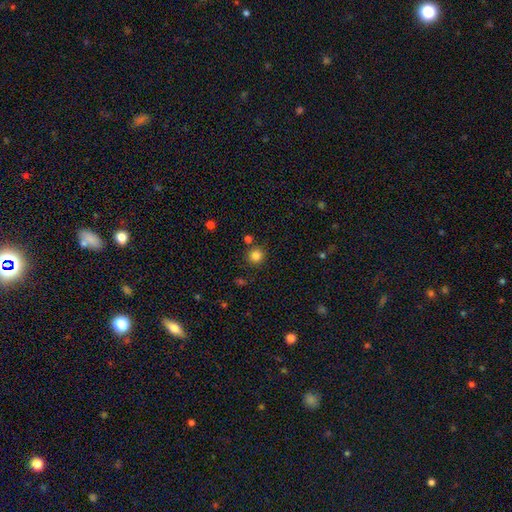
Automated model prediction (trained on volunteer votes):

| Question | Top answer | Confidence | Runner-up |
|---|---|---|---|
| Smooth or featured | smooth | 83% | star or artifact (12%) |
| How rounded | round | 93% | in between (6%) |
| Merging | none | 83% | minor disturbance (8%) |